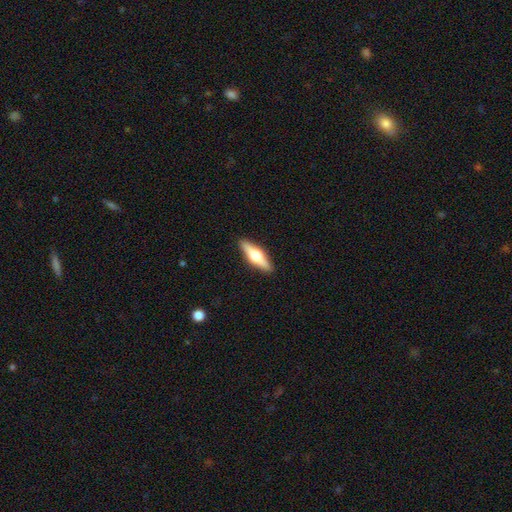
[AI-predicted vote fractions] This appears to be a featured or disk galaxy (57%) viewed edge-on (95%) with a rounded central bulge (95%). Merging: none (91%).